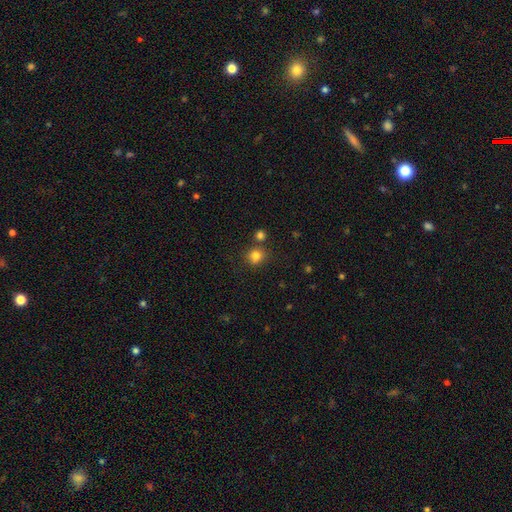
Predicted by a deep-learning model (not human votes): smooth 82%, star or artifact 13%, featured or disk 5%. Down the decision tree: how rounded — round (84%); merging — none (75%).